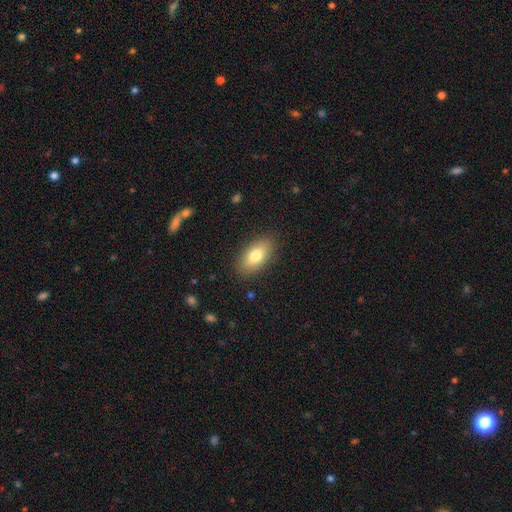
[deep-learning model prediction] Smooth or featured? smooth (78%)
How rounded? in between (89%)
Merging? none (87%)